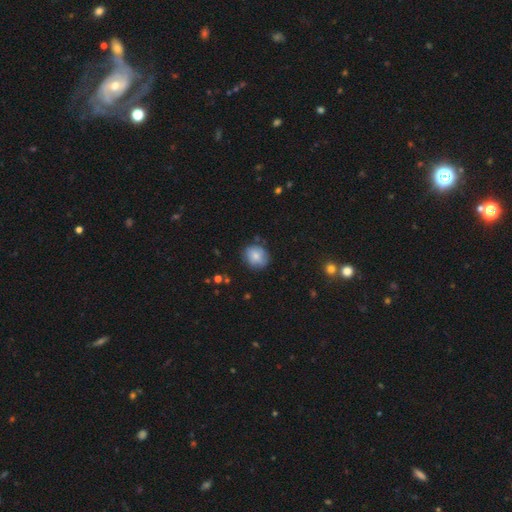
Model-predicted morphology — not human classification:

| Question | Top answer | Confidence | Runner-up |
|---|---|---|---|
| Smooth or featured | smooth | 79% | featured or disk (12%) |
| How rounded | round | 74% | in between (25%) |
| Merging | none | 74% | minor disturbance (19%) |